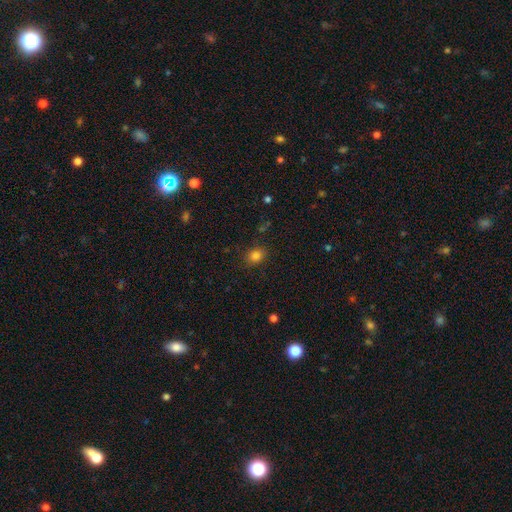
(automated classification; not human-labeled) A smooth galaxy with no disk features (81%) that is round (55%).

Vote fractions:
- Smooth or featured? smooth: 81% / star or artifact: 13% / featured or disk: 6%
- How rounded? round: 55% / in between: 44% / cigar-shaped: 1%
- Merging? none: 85% / minor disturbance: 10% / major disturbance: 3% / merger: 1%